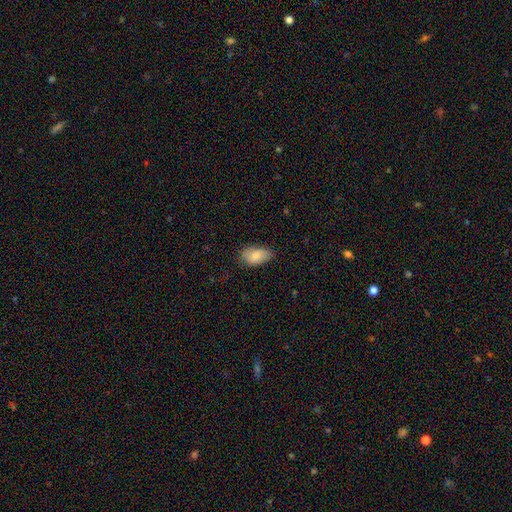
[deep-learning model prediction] This appears to be a smooth galaxy with no disk features (83%) that is in between round and cigar-shaped (93%). Merging: none (66%).